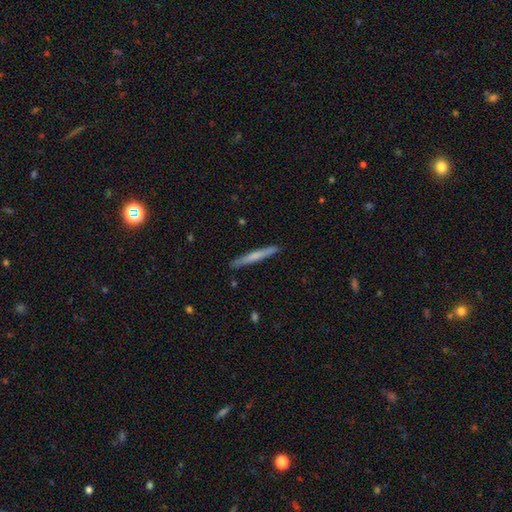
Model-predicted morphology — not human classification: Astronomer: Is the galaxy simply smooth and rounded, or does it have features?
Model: smooth — 56% (runner-up: featured or disk, 38%).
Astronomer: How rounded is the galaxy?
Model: cigar-shaped — 96%.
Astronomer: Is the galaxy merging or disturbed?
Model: none — 90%.